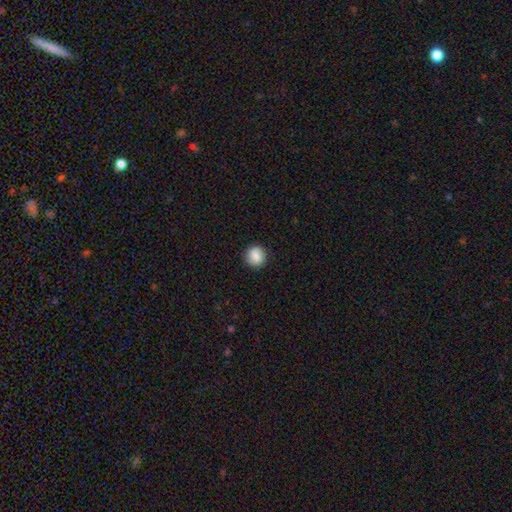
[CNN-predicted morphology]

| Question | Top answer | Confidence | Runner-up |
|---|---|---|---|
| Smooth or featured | smooth | 86% | star or artifact (8%) |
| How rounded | round | 86% | in between (13%) |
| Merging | none | 88% | minor disturbance (9%) |